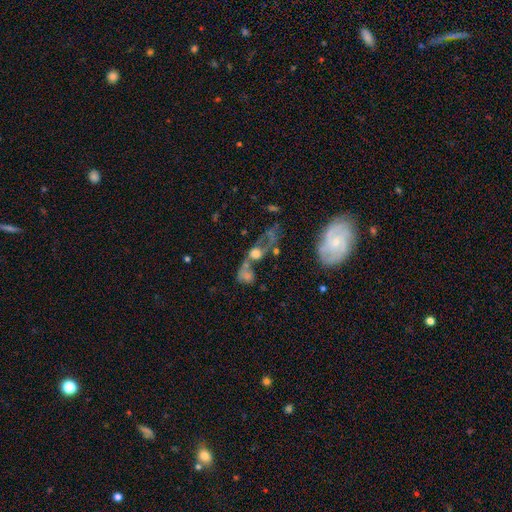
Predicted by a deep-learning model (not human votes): Q: Smooth or featured?
A: featured or disk (48%); runner-up: star or artifact (26%)
Q: Merging?
A: none (56%); runner-up: merger (19%)